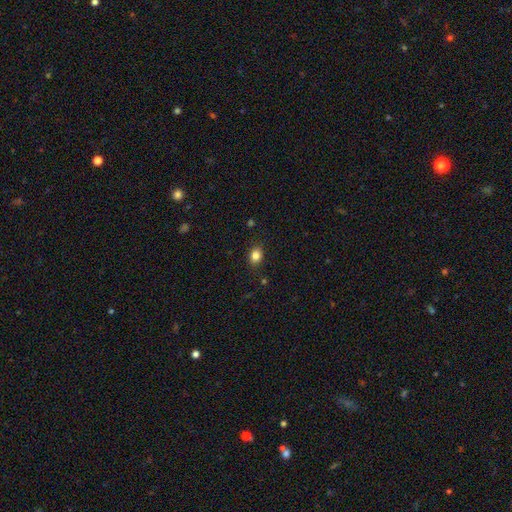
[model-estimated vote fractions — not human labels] smooth 84%, star or artifact 11%, featured or disk 6%. Down the decision tree: how rounded — in between (62%); merging — none (85%).